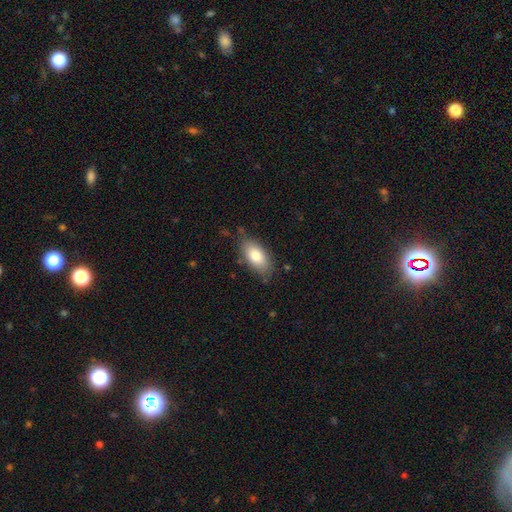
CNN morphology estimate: A smooth galaxy with no disk features (80%) that is in between round and cigar-shaped (91%). Merging: none (77%).